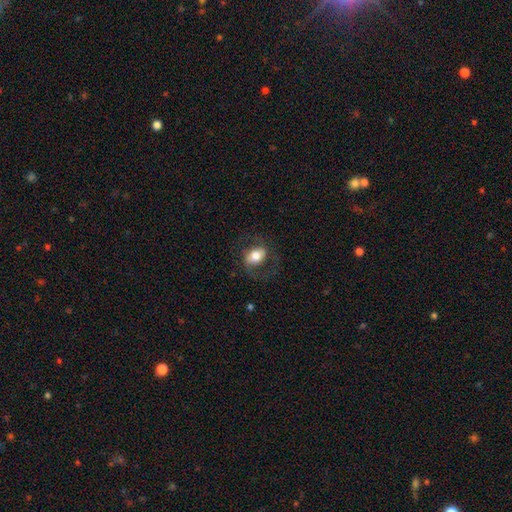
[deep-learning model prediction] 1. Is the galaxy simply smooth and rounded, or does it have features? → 50% smooth, 42% featured or disk, 8% star or artifact.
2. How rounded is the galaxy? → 71% in between, 27% round, 2% cigar-shaped.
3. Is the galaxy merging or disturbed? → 66% none, 17% minor disturbance, 16% major disturbance, 1% merger.